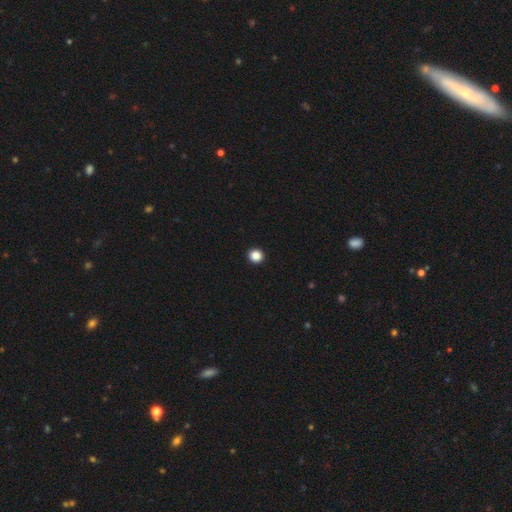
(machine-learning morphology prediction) smooth 87%, star or artifact 10%, featured or disk 2%. Down the decision tree: how rounded — round (90%); merging — none (94%).